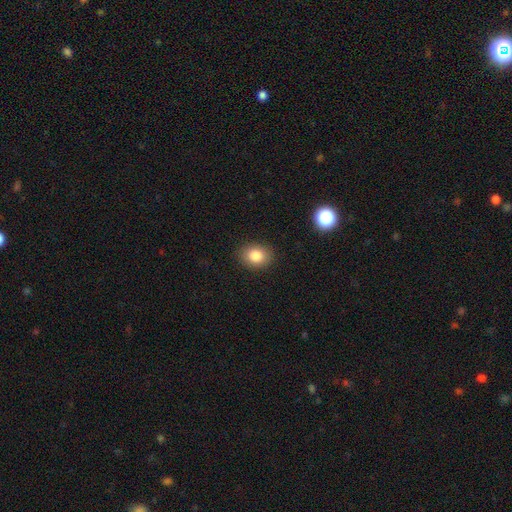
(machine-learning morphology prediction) A smooth galaxy with no disk features (84%) that is in between round and cigar-shaped (52%).

Vote fractions:
- Smooth or featured? smooth: 84% / star or artifact: 10% / featured or disk: 6%
- How rounded? in between: 52% / round: 47% / cigar-shaped: 1%
- Merging? none: 88% / minor disturbance: 8% / major disturbance: 2% / merger: 1%